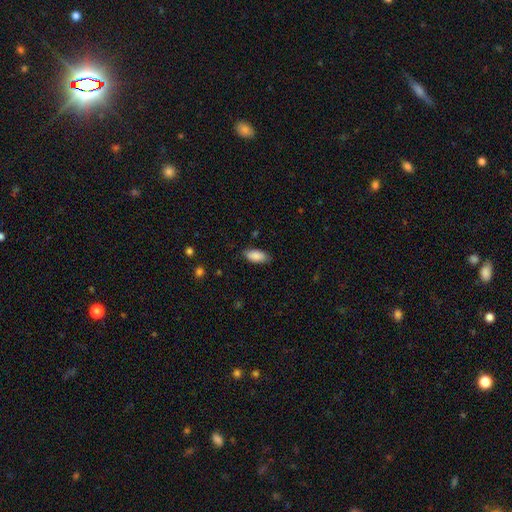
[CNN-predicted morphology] The model was most divided on "merging": none: 82%, minor disturbance: 14%, major disturbance: 3%, merger: 1%. More confident: how rounded — in between (89%); smooth or featured — smooth (88%).